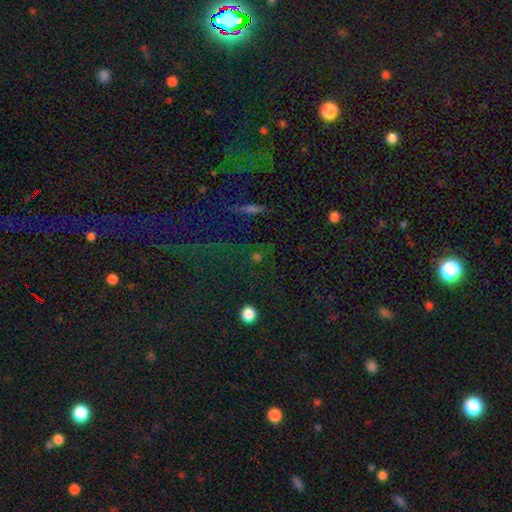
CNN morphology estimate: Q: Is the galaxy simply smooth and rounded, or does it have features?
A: star or artifact — 61%.